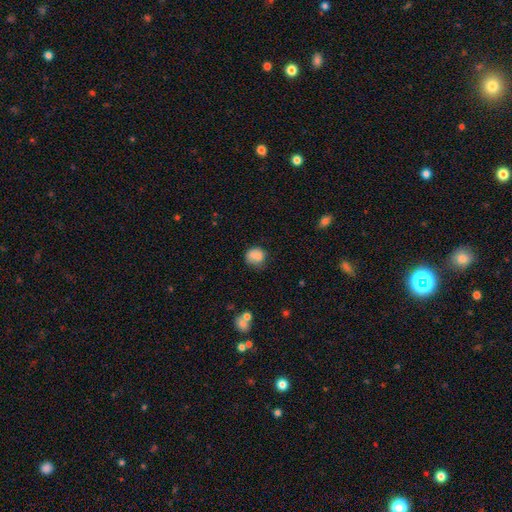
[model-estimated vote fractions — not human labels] Morphology: type=smooth (82%); roundness=round (73%); merging=none (61%).